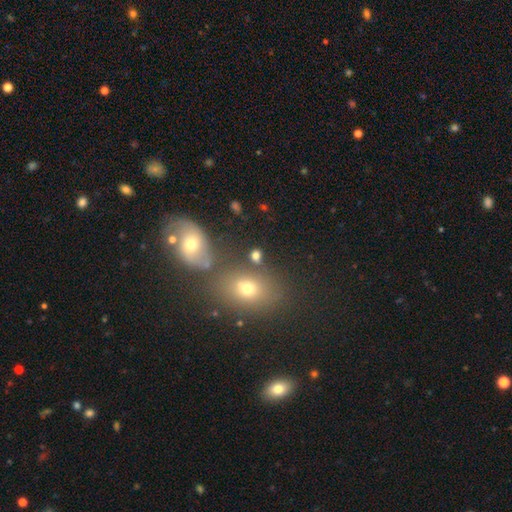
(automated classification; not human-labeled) Smooth or featured? smooth (72%)
How rounded? in between (49%)
Merging? none (64%)